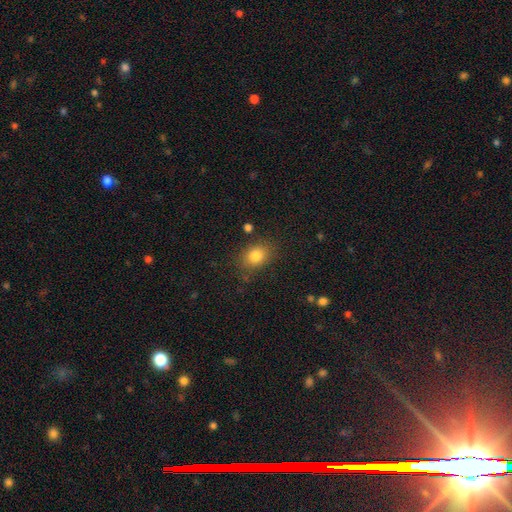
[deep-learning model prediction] Morphology: type=smooth (82%); roundness=in between (60%); merging=none (80%).